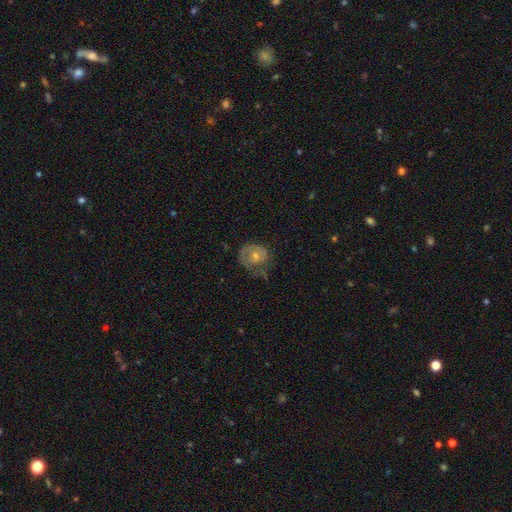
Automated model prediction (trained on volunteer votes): A featured or disk galaxy (61%) with no bar (80%), spiral arms (69%) and a moderate central bulge (51%). Merging: none (57%).